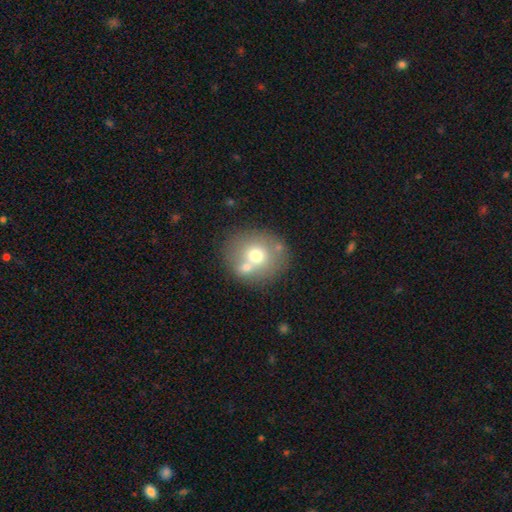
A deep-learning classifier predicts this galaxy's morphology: smooth-or-featured: smooth: 65% | featured or disk: 23% | star or artifact: 12%
  how-rounded: round: 80% | in between: 19% | cigar-shaped: 1%
  merging: none: 63% | merger: 22% | minor disturbance: 11% | major disturbance: 4%